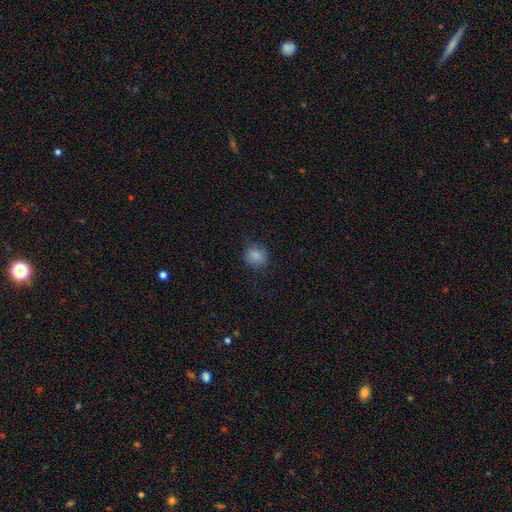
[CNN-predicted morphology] Smooth or featured?
  - smooth: 85% *
  - star or artifact: 10%
  - featured or disk: 5%
How rounded?
  - round: 80% *
  - in between: 19%
  - cigar-shaped: 1%
Merging?
  - none: 85% *
  - minor disturbance: 11%
  - major disturbance: 3%
  - merger: 1%